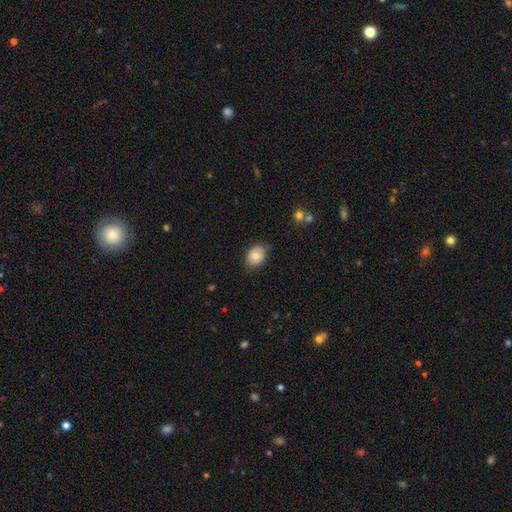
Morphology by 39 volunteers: This appears to be a smooth galaxy with no disk features (74%) that is in between round and cigar-shaped (83%). Merging: none (89%).